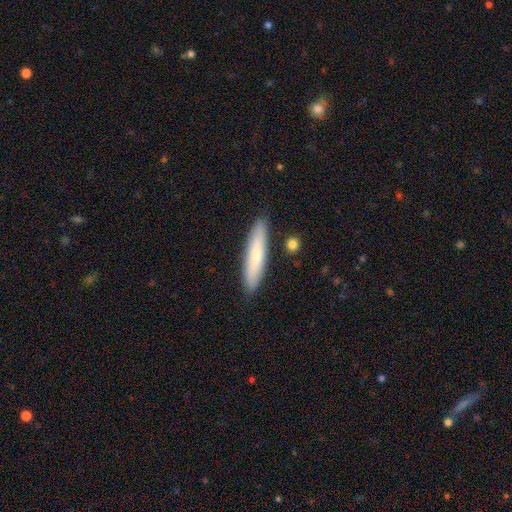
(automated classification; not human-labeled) Overall: smooth (70%). How rounded: cigar-shaped (86%). Merging: none (87%).